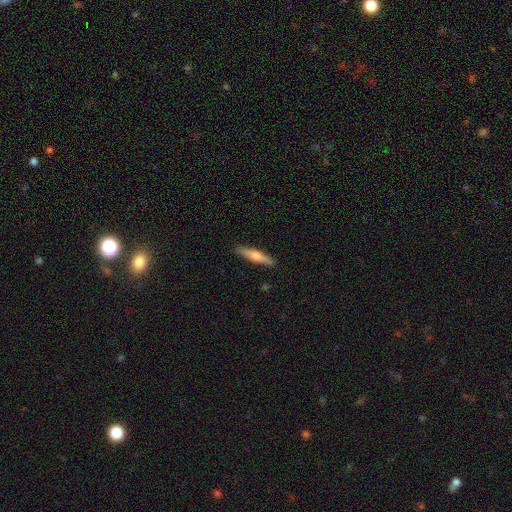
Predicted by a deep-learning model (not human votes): This appears to be a smooth galaxy with no disk features (55%) that is cigar-shaped (88%). Merging: none (90%).